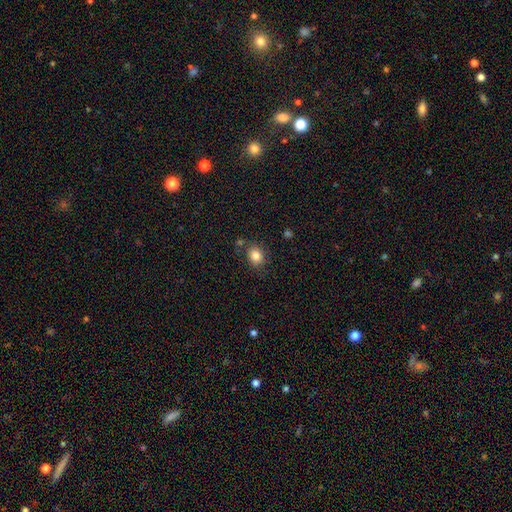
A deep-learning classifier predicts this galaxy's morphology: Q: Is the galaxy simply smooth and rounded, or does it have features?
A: smooth — 83%.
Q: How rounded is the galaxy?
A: round — 57%.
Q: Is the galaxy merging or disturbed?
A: none — 76%.